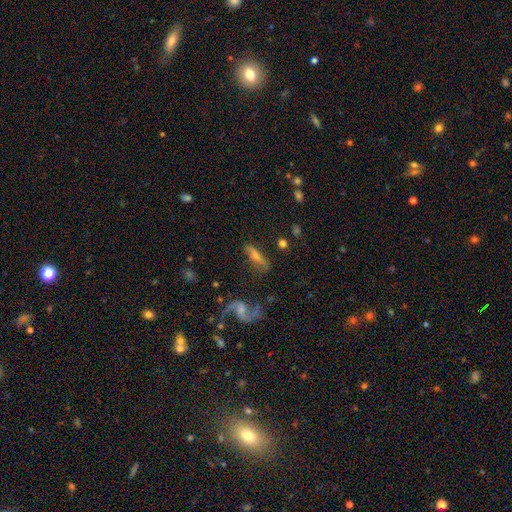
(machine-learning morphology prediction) type=featured or disk (55%); edge-on=no (64%); merging=none (68%).